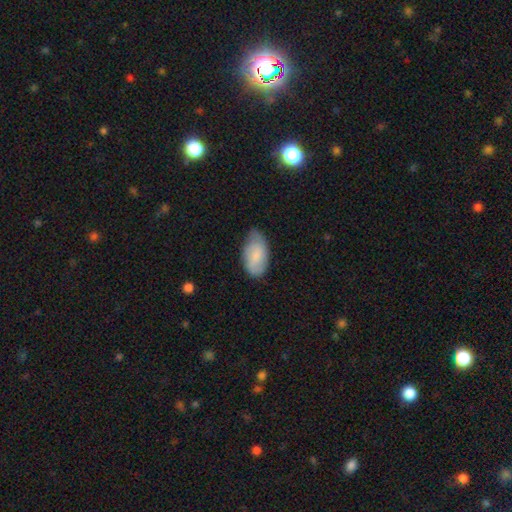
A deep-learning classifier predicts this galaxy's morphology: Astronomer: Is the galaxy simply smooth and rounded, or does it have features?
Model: smooth — 71%.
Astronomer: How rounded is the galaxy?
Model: in between — 94%.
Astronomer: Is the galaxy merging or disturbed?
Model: none — 55% (runner-up: minor disturbance, 37%).